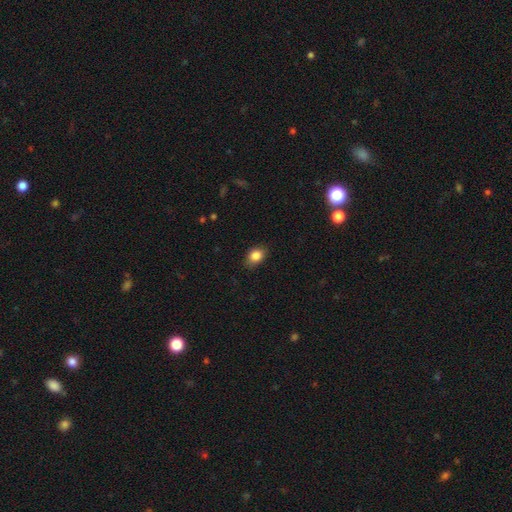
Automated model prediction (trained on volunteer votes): Q: Smooth or featured?
A: smooth (85%); runner-up: star or artifact (9%)
Q: How rounded?
A: in between (69%); runner-up: round (30%)
Q: Merging?
A: none (82%); runner-up: minor disturbance (14%)